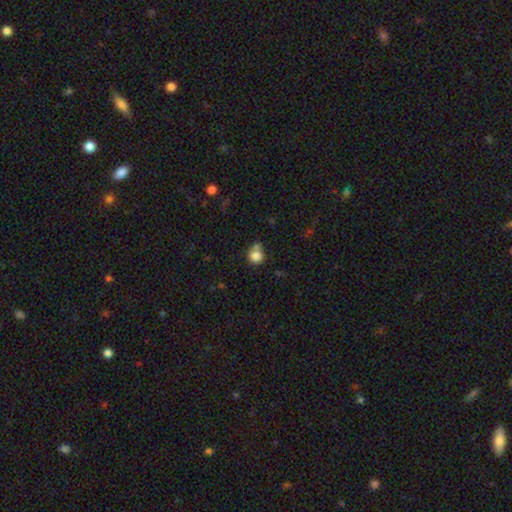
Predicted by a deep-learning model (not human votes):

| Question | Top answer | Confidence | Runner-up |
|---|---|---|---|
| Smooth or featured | smooth | 82% | star or artifact (10%) |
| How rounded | round | 85% | in between (14%) |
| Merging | none | 51% | merger (28%) |